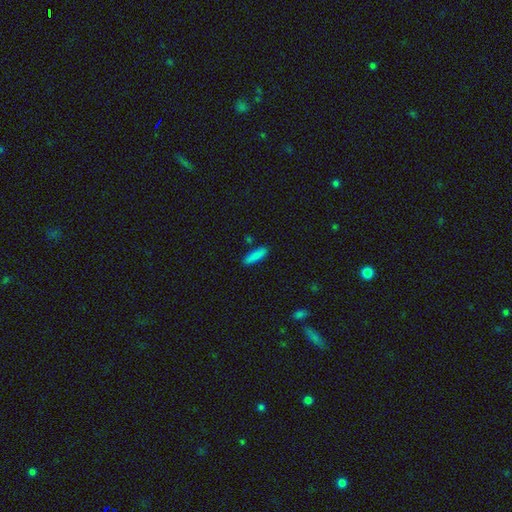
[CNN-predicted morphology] This appears to be a smooth galaxy with no disk features (86%) that is cigar-shaped (64%). Merging: none (86%).